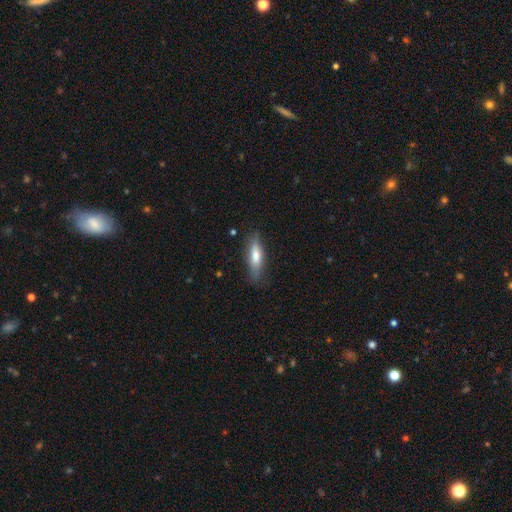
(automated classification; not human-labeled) Smooth or featured?
  - smooth: 66% *
  - featured or disk: 28%
  - star or artifact: 6%
How rounded?
  - cigar-shaped: 62% *
  - in between: 36%
  - round: 2%
Merging?
  - none: 78% *
  - minor disturbance: 17%
  - major disturbance: 4%
  - merger: 1%